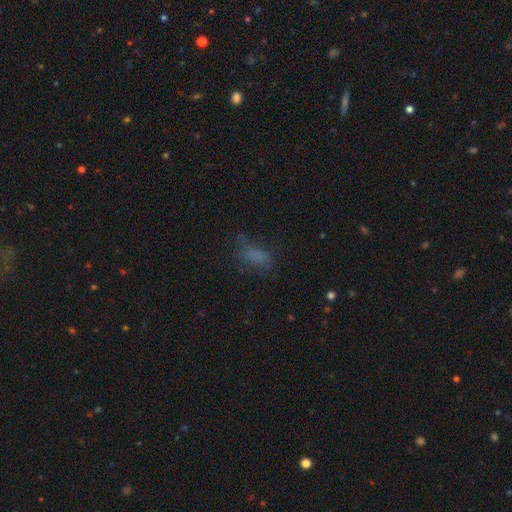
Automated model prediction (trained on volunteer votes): Overall: smooth (67%). How rounded: in between (74%). Merging: none (53%; minor disturbance 24%).